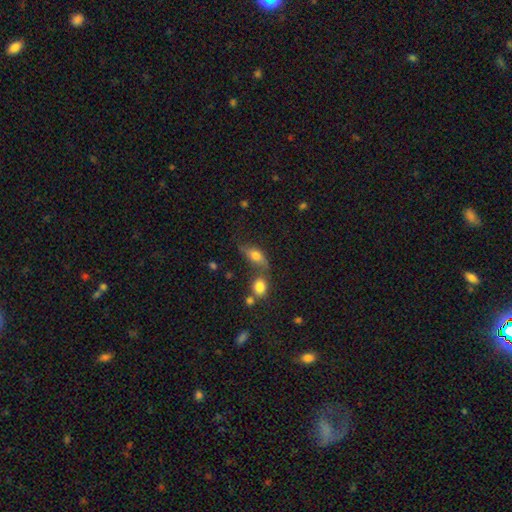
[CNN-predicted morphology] The model was most divided on "merging": none: 47%, merger: 24%, minor disturbance: 20%, major disturbance: 10%. More confident: how rounded — in between (78%); smooth or featured — smooth (66%).